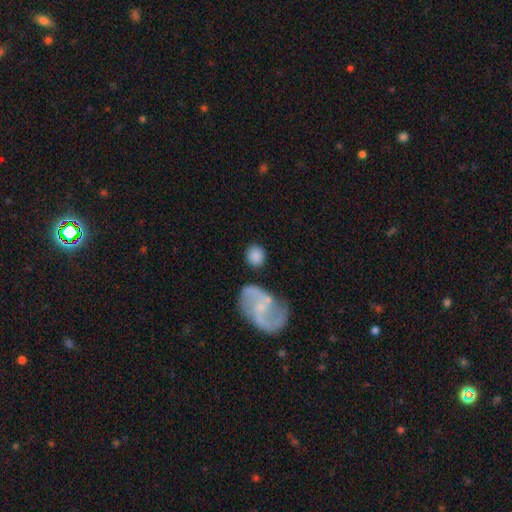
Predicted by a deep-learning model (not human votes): smooth_or_featured: smooth (p=0.81) [alt: featured or disk p=0.12]
how_rounded: round (p=0.79) [alt: in between p=0.20]
merging: none (p=0.77) [alt: minor disturbance p=0.11]